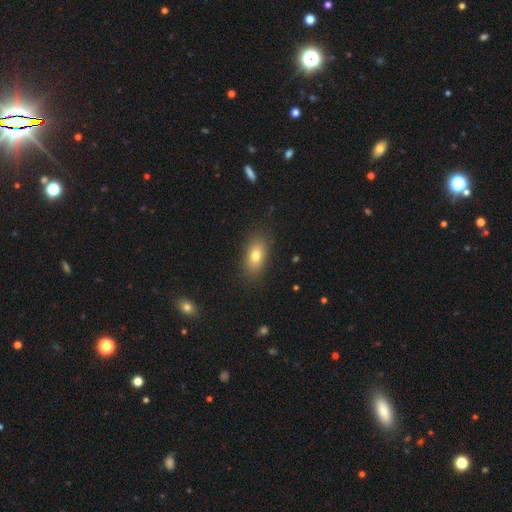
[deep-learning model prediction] A smooth galaxy with no disk features (77%) that is in between round and cigar-shaped (85%).

Vote fractions:
- Smooth or featured? smooth: 77% / featured or disk: 14% / star or artifact: 10%
- How rounded? in between: 85% / round: 10% / cigar-shaped: 5%
- Merging? none: 86% / minor disturbance: 10% / major disturbance: 3% / merger: 1%